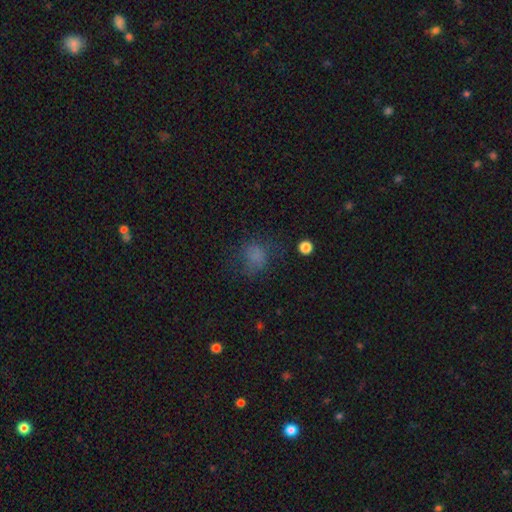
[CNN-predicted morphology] Smooth or featured? smooth (72%)
How rounded? round (69%)
Merging? none (59%)